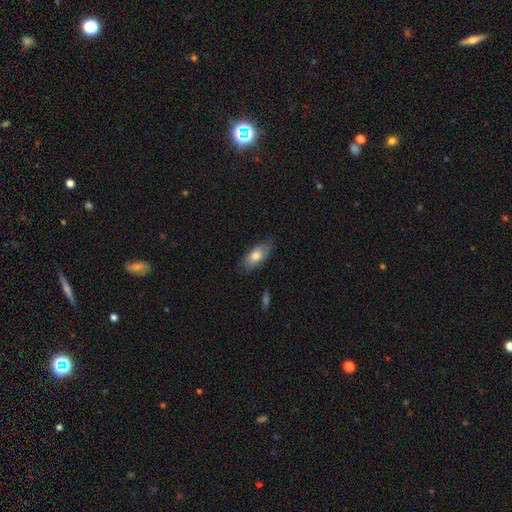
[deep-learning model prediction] smooth 75%, featured or disk 19%, star or artifact 6%. Down the decision tree: how rounded — in between (88%); merging — none (76%).